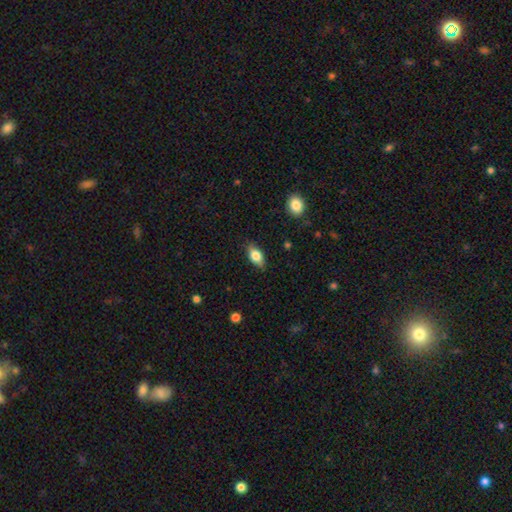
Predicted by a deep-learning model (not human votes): A smooth galaxy with no disk features (74%) that is in between round and cigar-shaped (85%).

Vote fractions:
- Smooth or featured? smooth: 74% / featured or disk: 19% / star or artifact: 7%
- How rounded? in between: 85% / cigar-shaped: 8% / round: 6%
- Merging? none: 83% / minor disturbance: 13% / major disturbance: 3% / merger: 1%